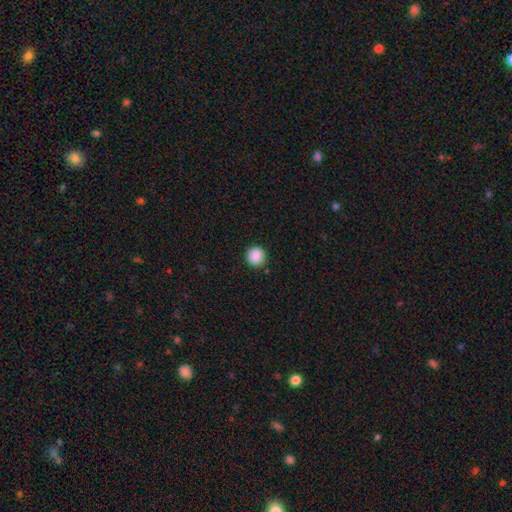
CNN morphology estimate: This is clearly a smooth galaxy (88%). How rounded: clearly round (94%). Merging: clearly none (91%).